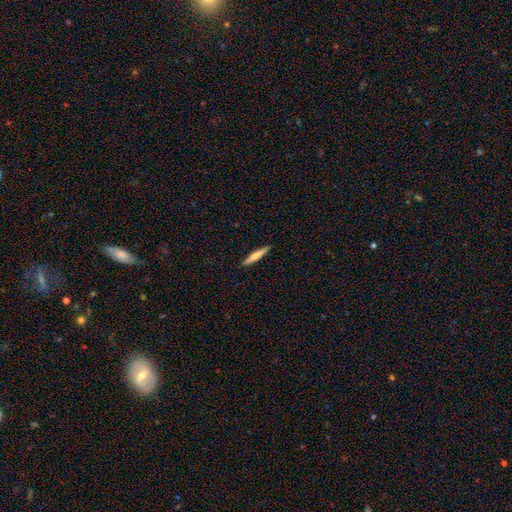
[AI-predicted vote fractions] Smooth or featured?
  - smooth: 64% *
  - featured or disk: 31%
  - star or artifact: 5%
How rounded?
  - cigar-shaped: 94% *
  - in between: 5%
  - round: 1%
Merging?
  - none: 91% *
  - minor disturbance: 6%
  - major disturbance: 1%
  - merger: 1%